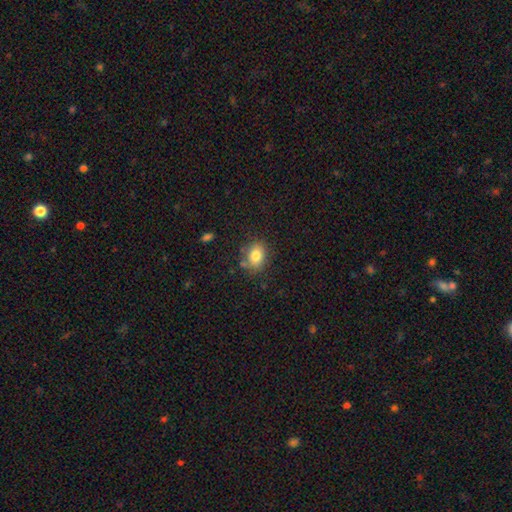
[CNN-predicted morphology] Q: Smooth or featured?
A: smooth (81%); runner-up: star or artifact (10%)
Q: How rounded?
A: in between (62%); runner-up: round (37%)
Q: Merging?
A: none (76%); runner-up: minor disturbance (15%)